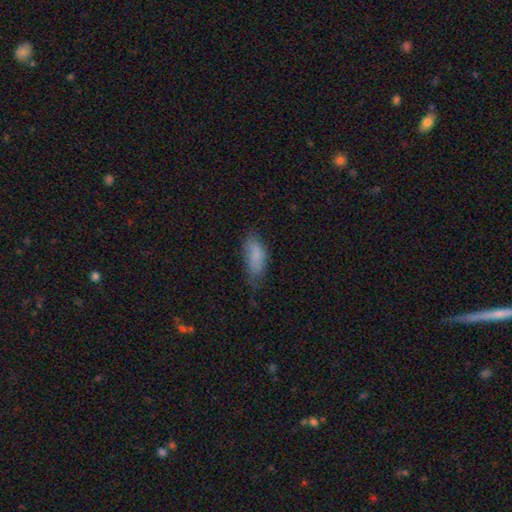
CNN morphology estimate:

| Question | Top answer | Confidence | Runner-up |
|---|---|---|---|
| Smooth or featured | smooth | 82% | featured or disk (10%) |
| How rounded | in between | 83% | cigar-shaped (15%) |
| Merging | none | 54% | minor disturbance (34%) |